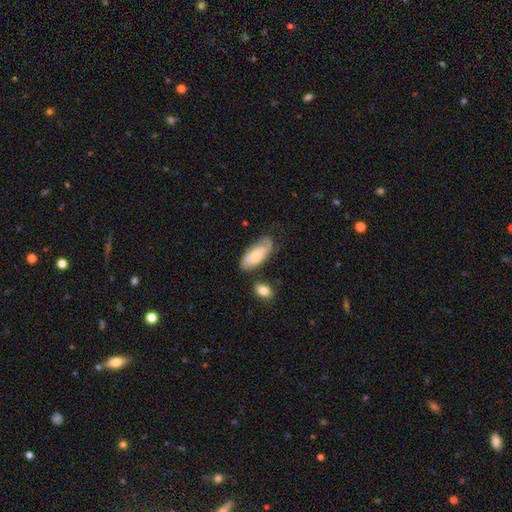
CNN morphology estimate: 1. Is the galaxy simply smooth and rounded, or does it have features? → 54% smooth, 40% featured or disk, 6% star or artifact.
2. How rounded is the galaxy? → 86% in between, 12% cigar-shaped, 2% round.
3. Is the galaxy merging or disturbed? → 56% none, 26% minor disturbance, 10% major disturbance, 7% merger.